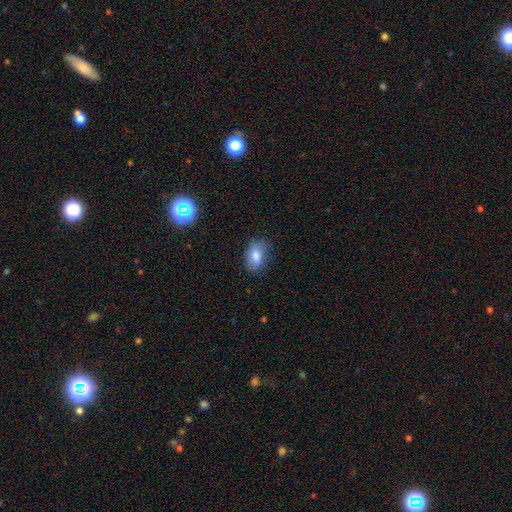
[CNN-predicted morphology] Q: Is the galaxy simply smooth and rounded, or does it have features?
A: smooth — 79%.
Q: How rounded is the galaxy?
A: in between — 86%.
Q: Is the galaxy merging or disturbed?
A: none — 73%.